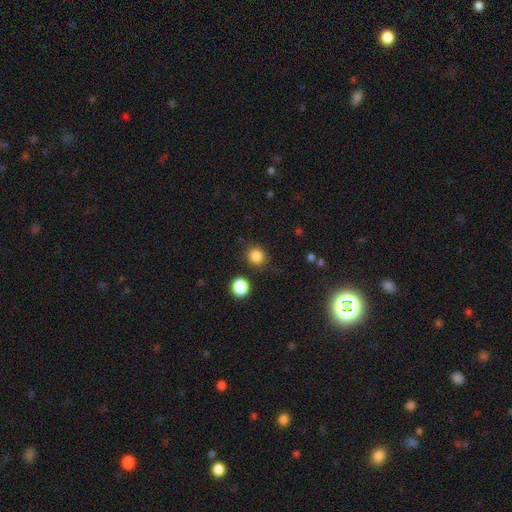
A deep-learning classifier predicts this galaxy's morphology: A smooth galaxy with no disk features (84%) that is round (85%). Merging: none (85%).